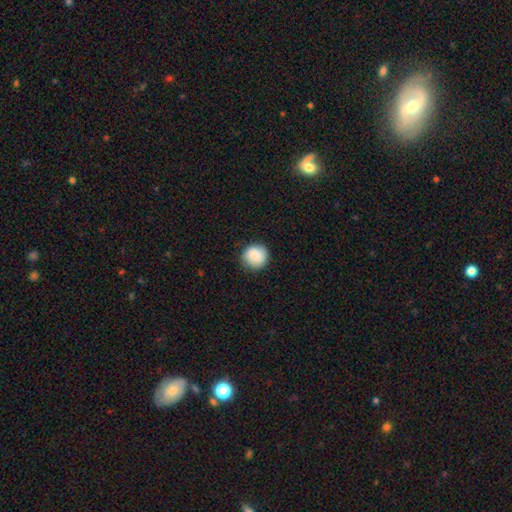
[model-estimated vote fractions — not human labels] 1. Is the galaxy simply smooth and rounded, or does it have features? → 85% smooth, 8% featured or disk, 8% star or artifact.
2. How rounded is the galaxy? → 93% round, 6% in between, 1% cigar-shaped.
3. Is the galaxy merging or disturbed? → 86% none, 11% minor disturbance, 2% major disturbance, 1% merger.